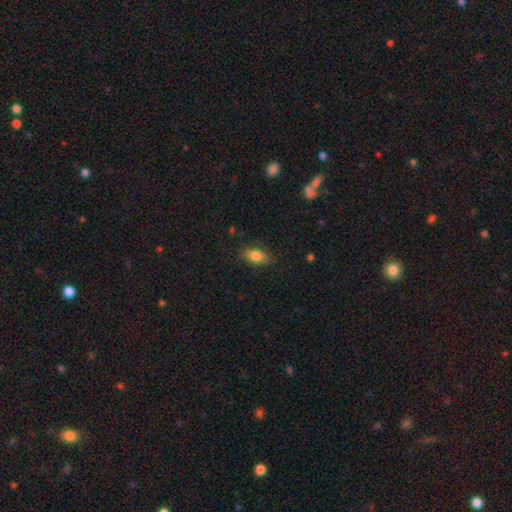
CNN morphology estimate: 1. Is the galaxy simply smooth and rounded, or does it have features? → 82% smooth, 9% featured or disk, 9% star or artifact.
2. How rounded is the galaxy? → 85% in between, 11% round, 4% cigar-shaped.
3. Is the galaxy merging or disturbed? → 78% none, 16% minor disturbance, 4% major disturbance, 1% merger.